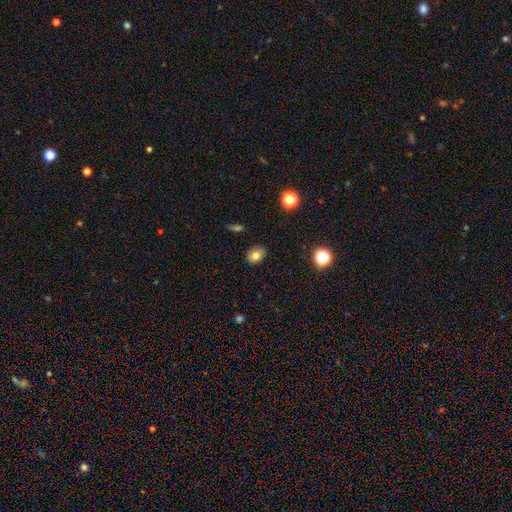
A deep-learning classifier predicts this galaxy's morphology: type=smooth (77%); roundness=in between (55%); merging=none (87%).